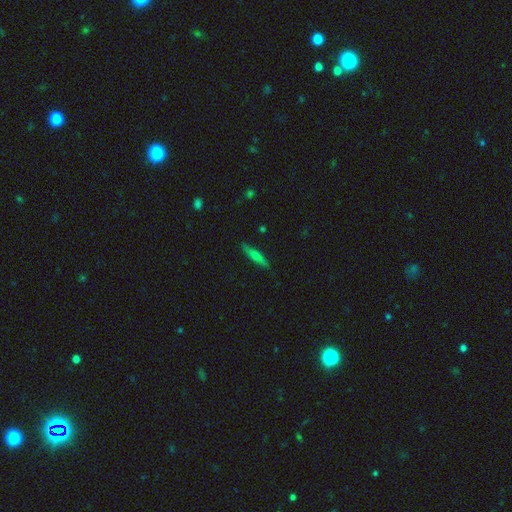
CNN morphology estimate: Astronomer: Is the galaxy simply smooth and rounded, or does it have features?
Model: smooth — 54% (runner-up: featured or disk, 39%).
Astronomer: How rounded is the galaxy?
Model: cigar-shaped — 85%.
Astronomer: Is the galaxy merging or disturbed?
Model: none — 87%.